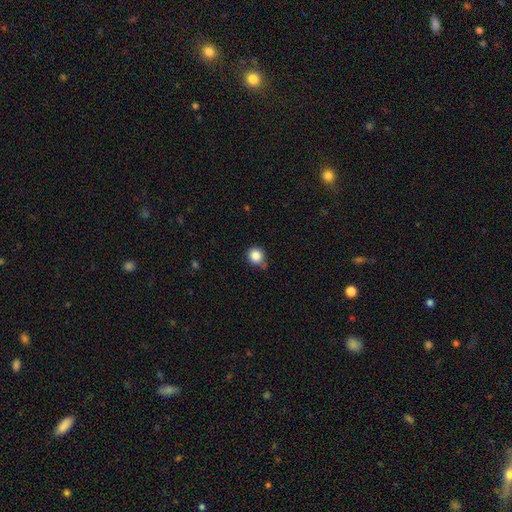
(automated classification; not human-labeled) smooth 86%, star or artifact 10%, featured or disk 4%. Down the decision tree: how rounded — round (89%); merging — none (66%).